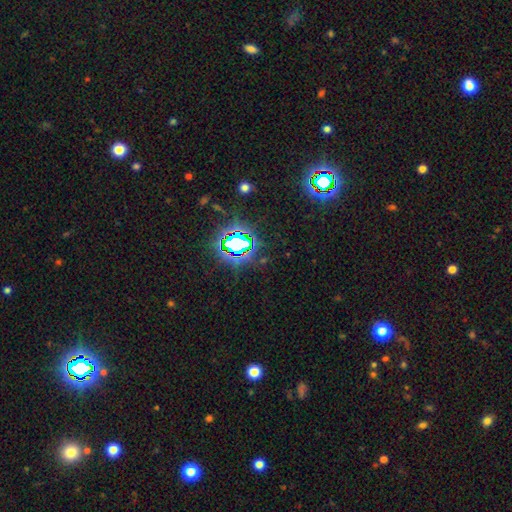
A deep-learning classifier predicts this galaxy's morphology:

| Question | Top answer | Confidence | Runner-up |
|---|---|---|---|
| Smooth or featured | star or artifact | 80% | smooth (12%) |